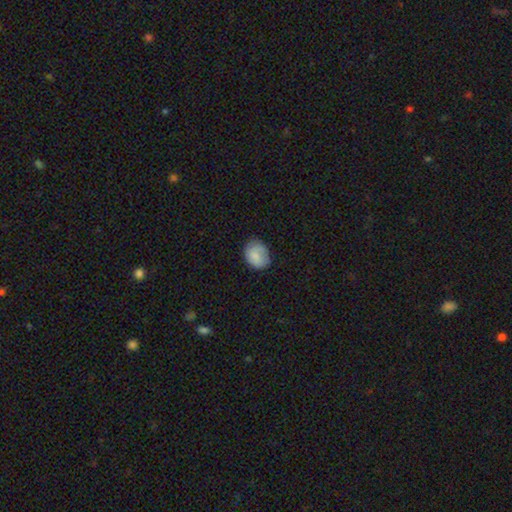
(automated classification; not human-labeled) Smooth or featured: smooth — 75% (featured or disk — 18%)
How rounded: in between — 50% (round — 49%)
Merging: none — 68% (minor disturbance — 24%)